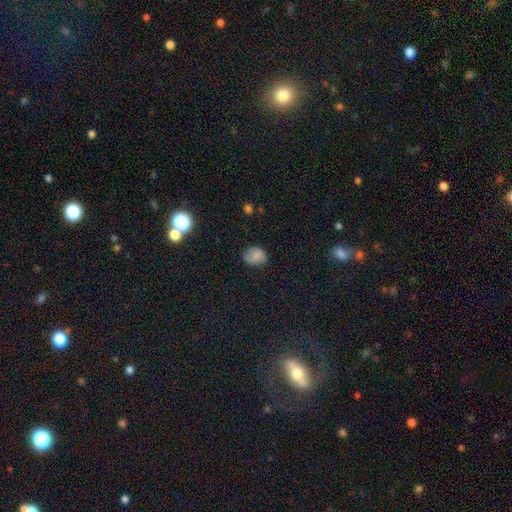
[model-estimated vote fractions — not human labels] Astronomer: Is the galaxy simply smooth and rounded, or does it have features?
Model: smooth — 77%.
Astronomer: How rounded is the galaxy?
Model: round — 51% (runner-up: in between, 48%).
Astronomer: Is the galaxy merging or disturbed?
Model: none — 73%.